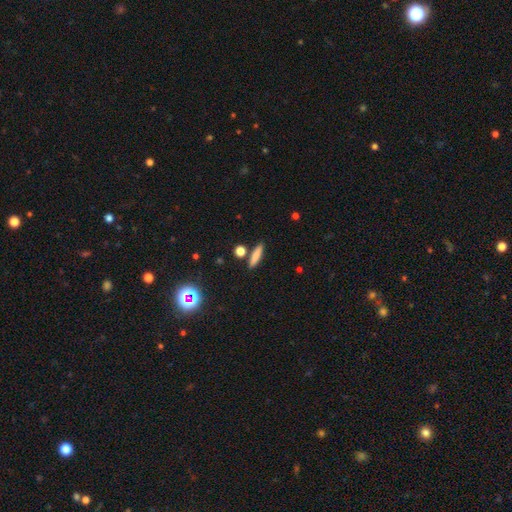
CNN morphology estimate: Smooth or featured?
  - smooth: 77% *
  - featured or disk: 14%
  - star or artifact: 9%
How rounded?
  - cigar-shaped: 78% *
  - in between: 18%
  - round: 4%
Merging?
  - none: 84% *
  - minor disturbance: 8%
  - merger: 6%
  - major disturbance: 2%